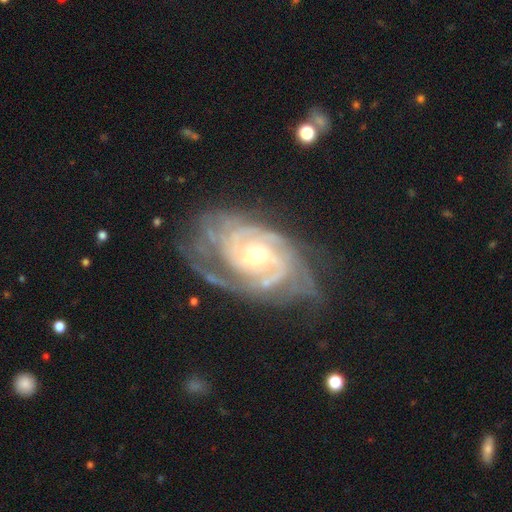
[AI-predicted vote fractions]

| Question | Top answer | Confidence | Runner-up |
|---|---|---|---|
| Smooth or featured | featured or disk | 91% | star or artifact (5%) |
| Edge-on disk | no | 97% | yes (3%) |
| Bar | no | 61% | weak (30%) |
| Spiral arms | yes | 98% | no (2%) |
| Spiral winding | tight | 67% | medium (29%) |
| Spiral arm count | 3 | 27% | 2 (25%) |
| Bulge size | small | 49% | moderate (47%) |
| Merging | none | 65% | minor disturbance (22%) |